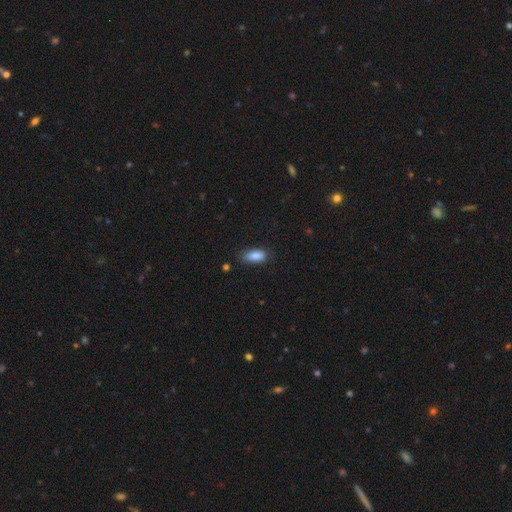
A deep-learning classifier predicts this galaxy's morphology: This appears to be a smooth galaxy with no disk features (87%) that is in between round and cigar-shaped (85%). Merging: none (76%).